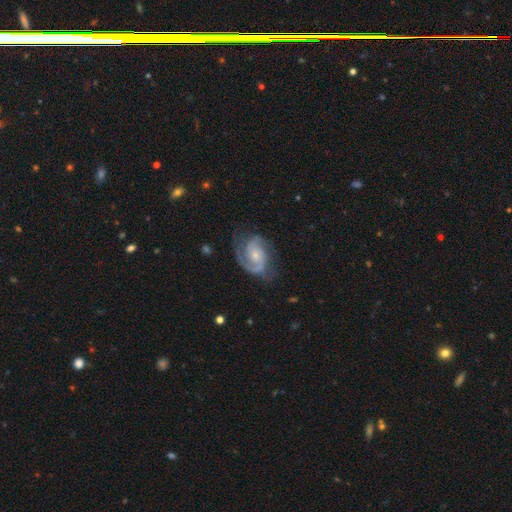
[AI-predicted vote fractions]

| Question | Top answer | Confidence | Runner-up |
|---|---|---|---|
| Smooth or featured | featured or disk | 89% | smooth (6%) |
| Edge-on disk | no | 98% | yes (2%) |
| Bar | no | 65% | weak (29%) |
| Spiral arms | yes | 98% | no (2%) |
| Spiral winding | medium | 49% | tight (40%) |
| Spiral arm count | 2 | 82% | 3 (6%) |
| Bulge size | small | 61% | moderate (33%) |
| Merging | none | 70% | minor disturbance (19%) |